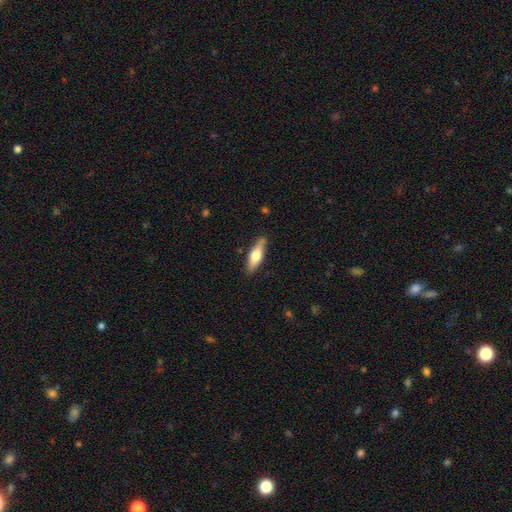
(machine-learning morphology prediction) Smooth or featured?
  - smooth: 55% *
  - featured or disk: 40%
  - star or artifact: 5%
How rounded?
  - cigar-shaped: 54% *
  - in between: 44%
  - round: 2%
Merging?
  - none: 85% *
  - minor disturbance: 11%
  - major disturbance: 2%
  - merger: 1%